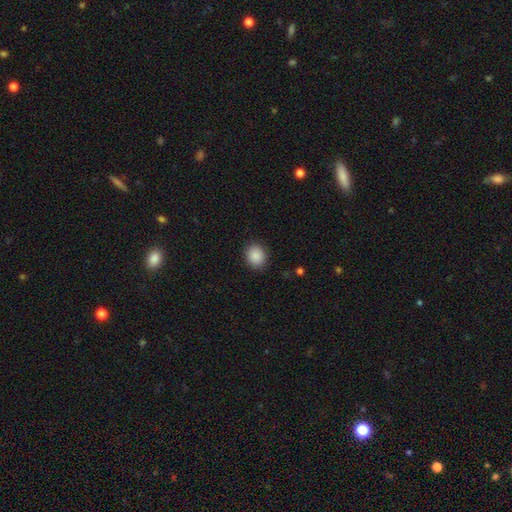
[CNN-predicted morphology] Q: Smooth or featured?
A: smooth (89%); runner-up: star or artifact (8%)
Q: How rounded?
A: round (64%); runner-up: in between (35%)
Q: Merging?
A: none (89%); runner-up: minor disturbance (8%)